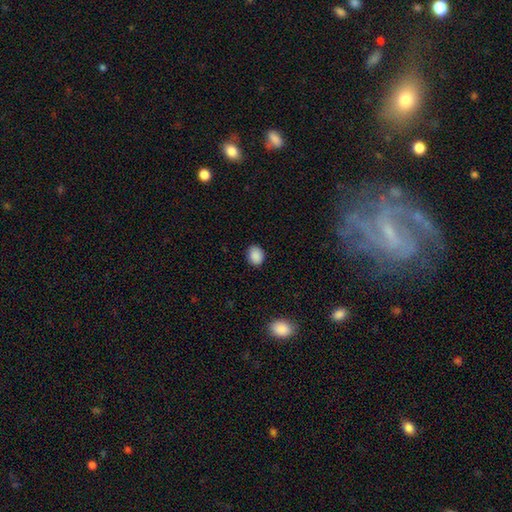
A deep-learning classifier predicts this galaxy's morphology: This appears to be a smooth galaxy with no disk features (89%) that is round (50%). Merging: none (86%).